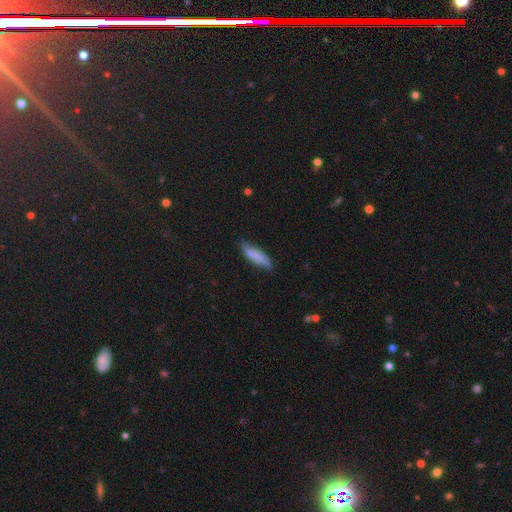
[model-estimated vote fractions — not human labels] Smooth or featured?
  - smooth: 78% *
  - featured or disk: 16%
  - star or artifact: 6%
How rounded?
  - cigar-shaped: 67% *
  - in between: 31%
  - round: 2%
Merging?
  - none: 72% *
  - minor disturbance: 23%
  - major disturbance: 4%
  - merger: 2%